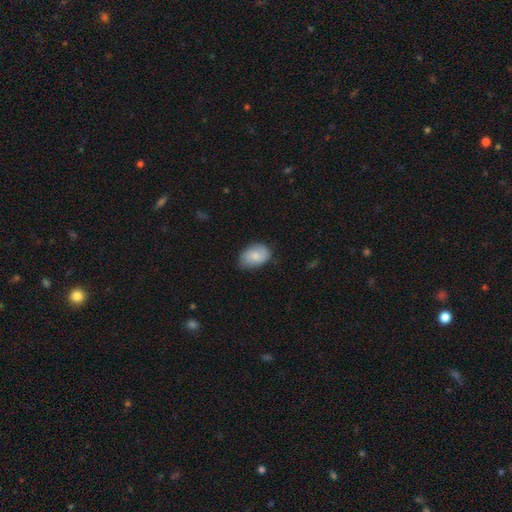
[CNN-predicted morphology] Smooth or featured?
  - smooth: 76% *
  - featured or disk: 17%
  - star or artifact: 6%
How rounded?
  - in between: 85% *
  - round: 14%
  - cigar-shaped: 1%
Merging?
  - none: 72% *
  - minor disturbance: 23%
  - major disturbance: 4%
  - merger: 1%